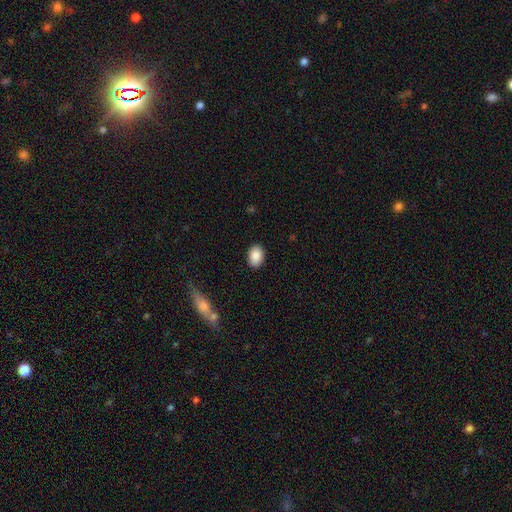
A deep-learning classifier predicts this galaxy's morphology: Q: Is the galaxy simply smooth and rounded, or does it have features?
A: smooth — 89%.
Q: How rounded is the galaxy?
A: in between — 82%.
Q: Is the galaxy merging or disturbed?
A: none — 89%.